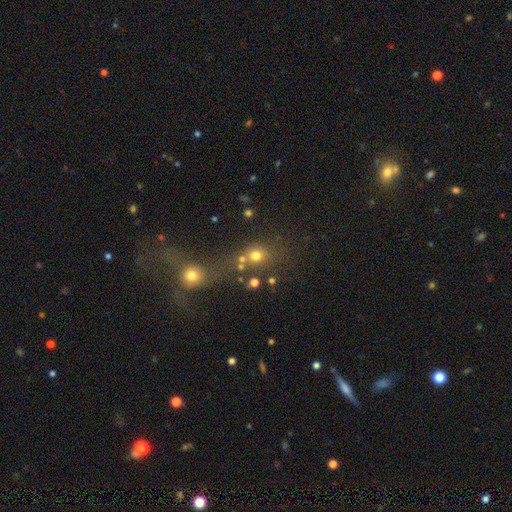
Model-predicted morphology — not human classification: Smooth or featured?
  - smooth: 69% *
  - star or artifact: 20%
  - featured or disk: 11%
How rounded?
  - round: 74% *
  - in between: 24%
  - cigar-shaped: 2%
Merging?
  - none: 51% *
  - merger: 29%
  - minor disturbance: 11%
  - major disturbance: 9%